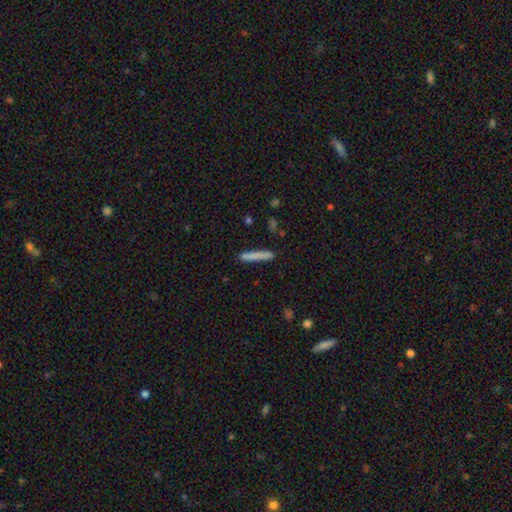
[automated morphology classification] Smooth or featured: smooth — 78% (featured or disk — 15%)
How rounded: cigar-shaped — 95% (in between — 4%)
Merging: none — 84% (minor disturbance — 11%)